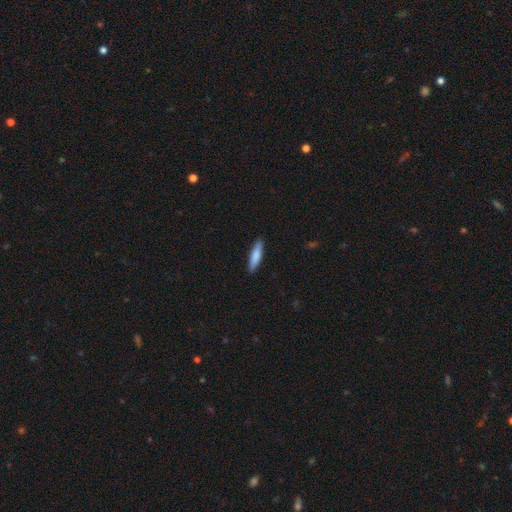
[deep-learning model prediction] Q: Smooth or featured?
A: smooth (78%); runner-up: featured or disk (17%)
Q: How rounded?
A: cigar-shaped (80%); runner-up: in between (18%)
Q: Merging?
A: none (89%); runner-up: minor disturbance (8%)